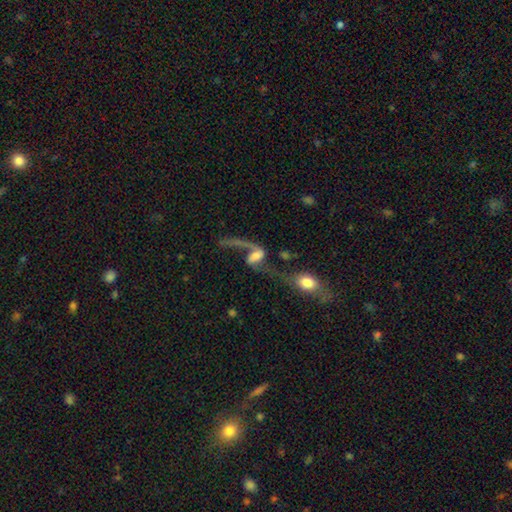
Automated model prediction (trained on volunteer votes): Q: Smooth or featured?
A: featured or disk (75%); runner-up: smooth (17%)
Q: Edge-on disk?
A: no (95%); runner-up: yes (5%)
Q: Bar?
A: weak (42%); runner-up: no (33%)
Q: Spiral arms?
A: yes (88%); runner-up: no (12%)
Q: Spiral winding?
A: loose (90%); runner-up: medium (8%)
Q: Spiral arm count?
A: 2 (69%); runner-up: 1 (27%)
Q: Bulge size?
A: moderate (33%); runner-up: small (26%)
Q: Merging?
A: merger (44%); runner-up: major disturbance (24%)